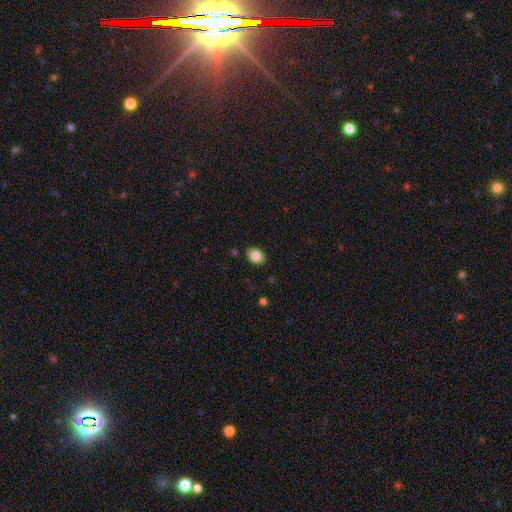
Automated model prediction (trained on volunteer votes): smooth-or-featured: smooth: 84% | star or artifact: 8% | featured or disk: 8%
  how-rounded: in between: 73% | round: 26% | cigar-shaped: 1%
  merging: none: 87% | minor disturbance: 9% | major disturbance: 2% | merger: 1%